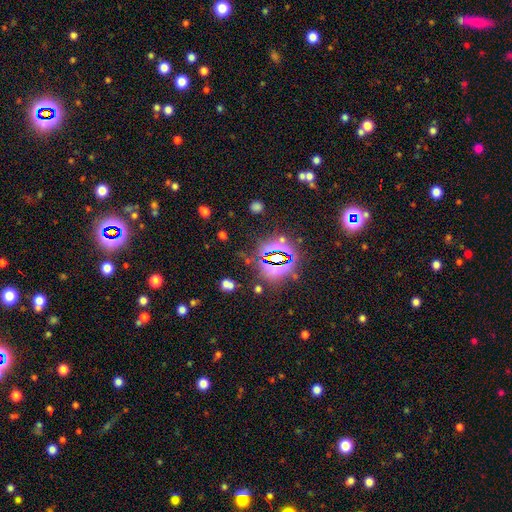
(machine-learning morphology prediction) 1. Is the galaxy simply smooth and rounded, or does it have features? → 81% star or artifact, 11% smooth, 8% featured or disk.